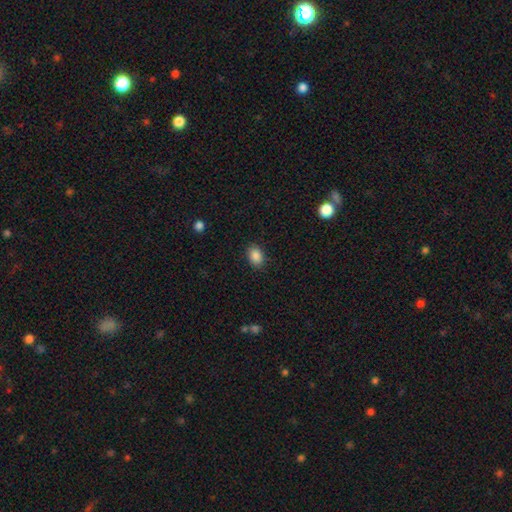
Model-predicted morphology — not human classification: Smooth or featured? Predicted: smooth (p=0.87). How rounded? Predicted: in between (p=0.74). Merging? Predicted: none (p=0.87).